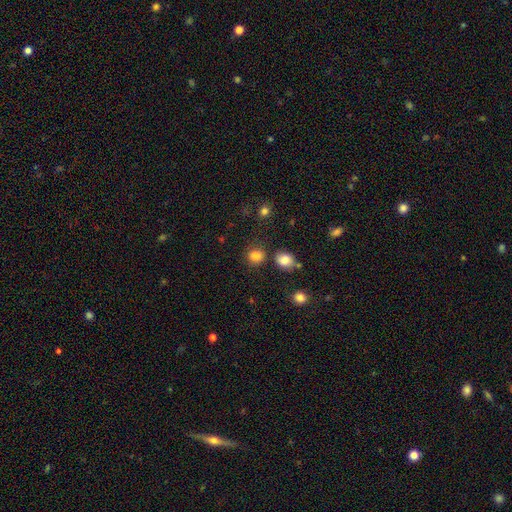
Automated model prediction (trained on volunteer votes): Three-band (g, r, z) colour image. It shows a smooth galaxy with no disk features (83%) that is round (81%). Merging: none (77%).